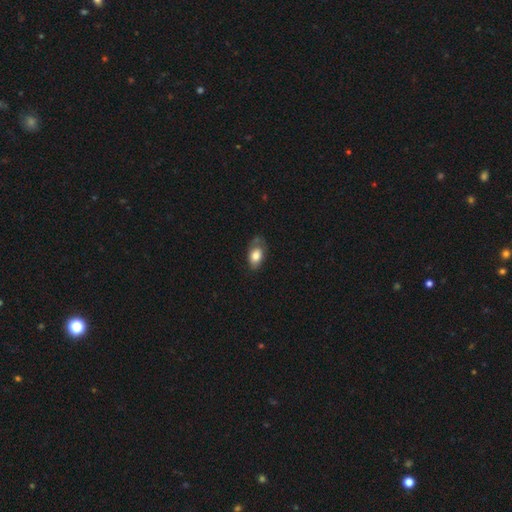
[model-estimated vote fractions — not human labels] A smooth galaxy with no disk features (76%) that is in between round and cigar-shaped (89%). Merging: none (50%).